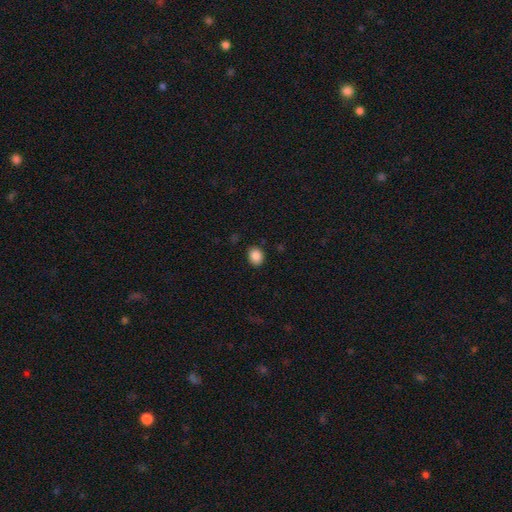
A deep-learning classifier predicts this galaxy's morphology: smooth 87%, star or artifact 9%, featured or disk 4%. Down the decision tree: how rounded — round (51%); merging — none (88%).